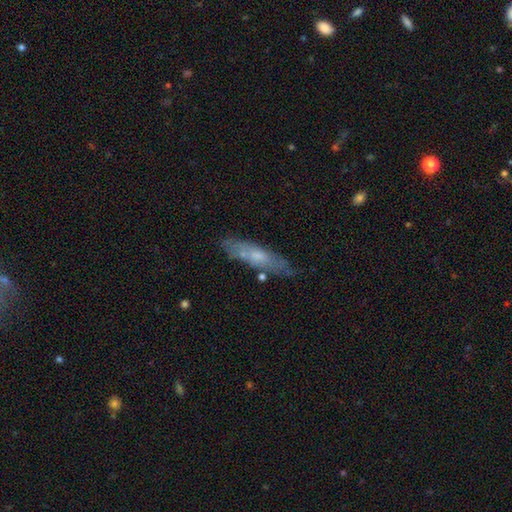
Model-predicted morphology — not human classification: type=smooth (48%); merging=none (73%).